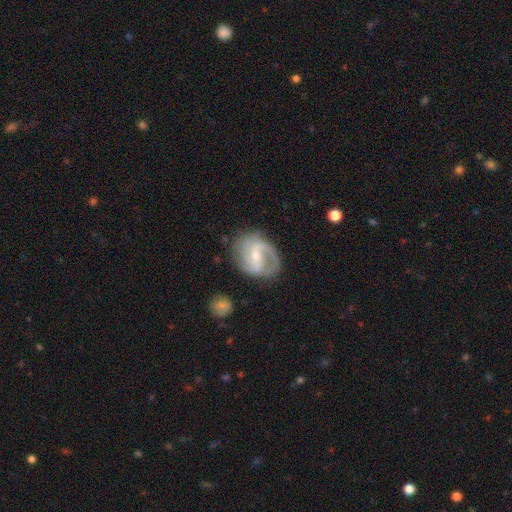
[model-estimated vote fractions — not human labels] smooth-or-featured: featured or disk: 85% | smooth: 10% | star or artifact: 5%
  disk-edge-on: no: 98% | yes: 2%
    bar: weak: 53% | no: 26% | strong: 21%
    has-spiral-arms: yes: 95% | no: 5%
      spiral-winding: medium: 50% | loose: 26% | tight: 23%
      spiral-arm-count: 2: 68% | 3: 10% | can't tell: 9% | 1: 8% | 4: 2% | more than 4: 2%
    bulge-size: small: 59% | moderate: 37% | none: 2% | large: 1% | dominant: 1%
  merging: none: 69% | minor disturbance: 20% | major disturbance: 9% | merger: 2%